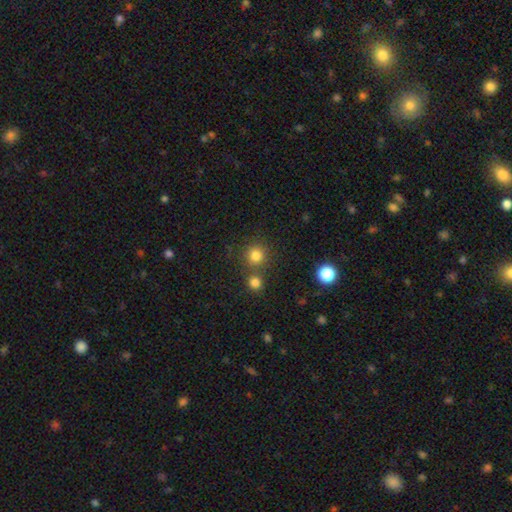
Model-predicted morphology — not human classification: type=smooth (81%); roundness=round (92%); merging=none (73%).